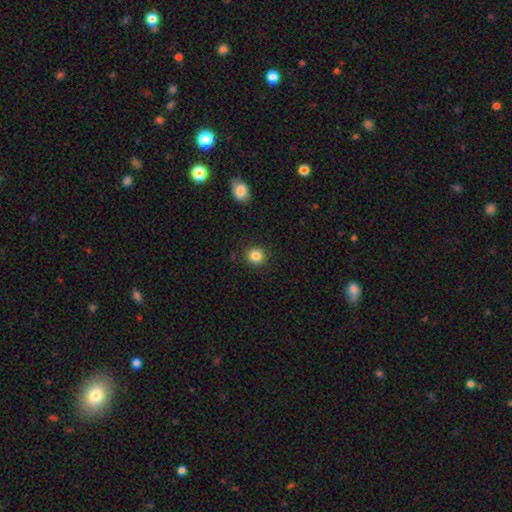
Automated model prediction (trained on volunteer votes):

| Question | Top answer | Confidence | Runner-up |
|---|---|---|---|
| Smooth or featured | smooth | 85% | star or artifact (10%) |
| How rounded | round | 90% | in between (9%) |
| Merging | none | 90% | minor disturbance (7%) |